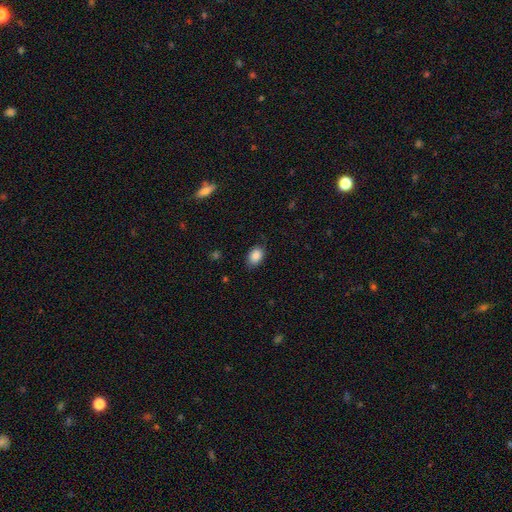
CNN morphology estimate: type=smooth (88%); roundness=in between (83%); merging=none (80%).